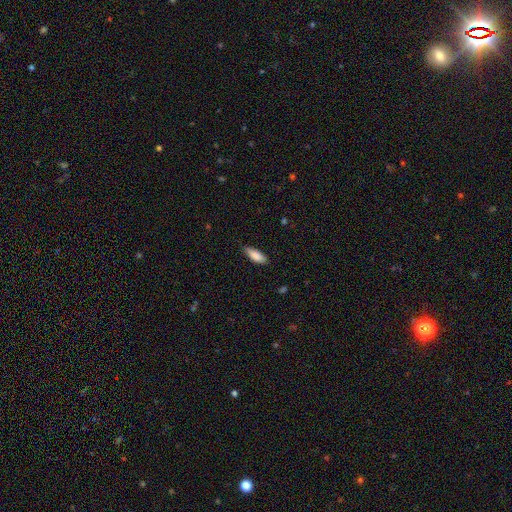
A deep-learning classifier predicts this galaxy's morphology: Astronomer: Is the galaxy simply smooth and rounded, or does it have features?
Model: smooth — 86%.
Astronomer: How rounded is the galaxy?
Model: in between — 70%.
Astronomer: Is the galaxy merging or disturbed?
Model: none — 78%.